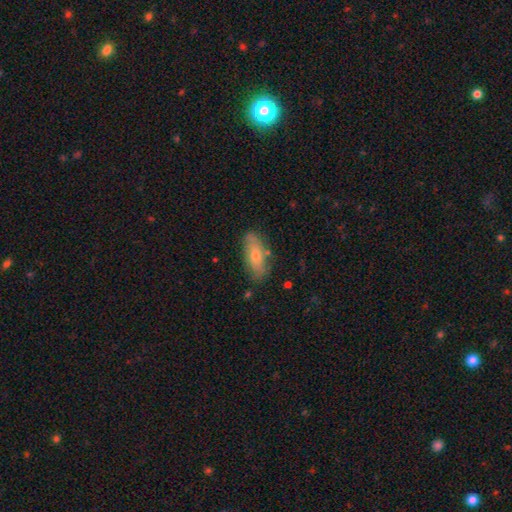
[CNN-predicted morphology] Smooth or featured? smooth (63%)
How rounded? in between (72%)
Merging? none (77%)